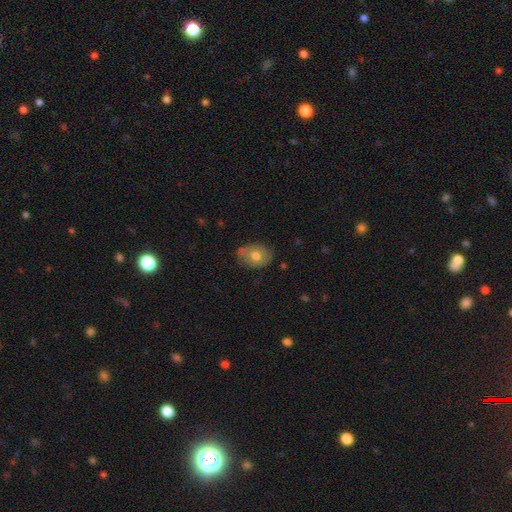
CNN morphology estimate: A smooth galaxy with no disk features (64%) that is in between round and cigar-shaped (73%). Merging: none (72%).